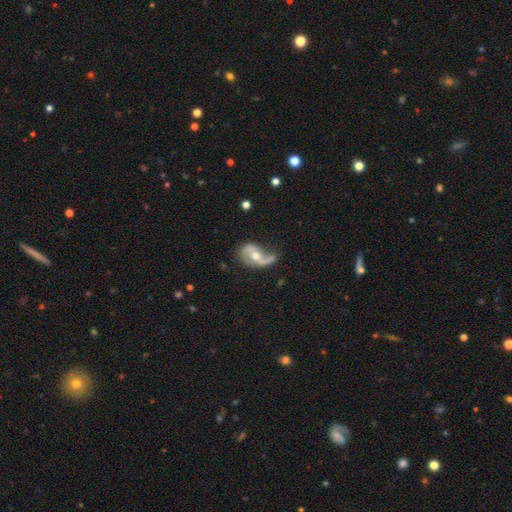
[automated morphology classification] The model was most divided on "bar": no: 44%, weak: 38%, strong: 18%. Remaining: edge-on disk — no (97%); spiral arms — yes (91%); smooth or featured — featured or disk (82%); spiral arm count — 2 (75%); bulge size — moderate (69%); spiral winding — loose (59%); merging — none (41%).